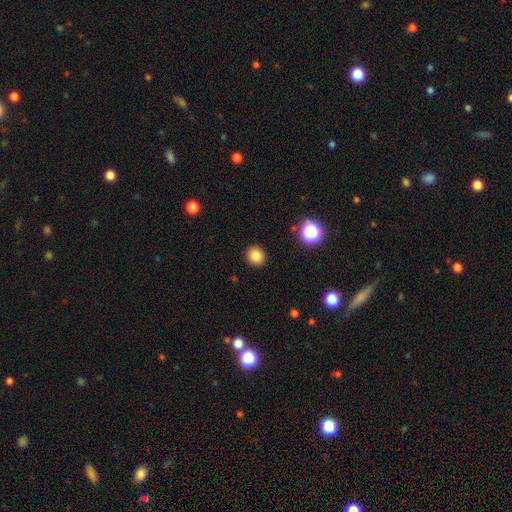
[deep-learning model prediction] Morphology: type=smooth (82%); roundness=round (76%); merging=none (91%).